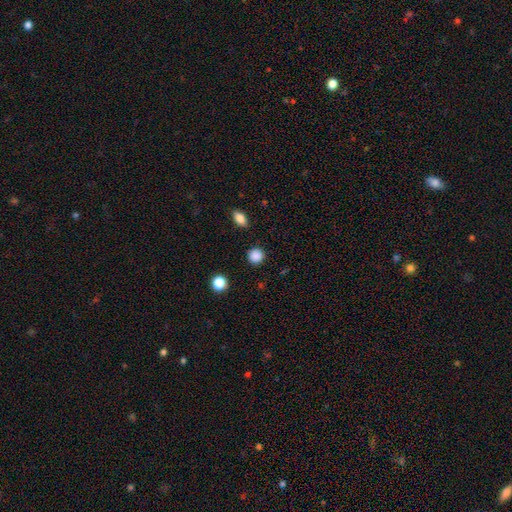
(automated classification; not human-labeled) This is clearly a smooth galaxy (87%). How rounded: clearly round (93%). Merging: clearly none (90%).